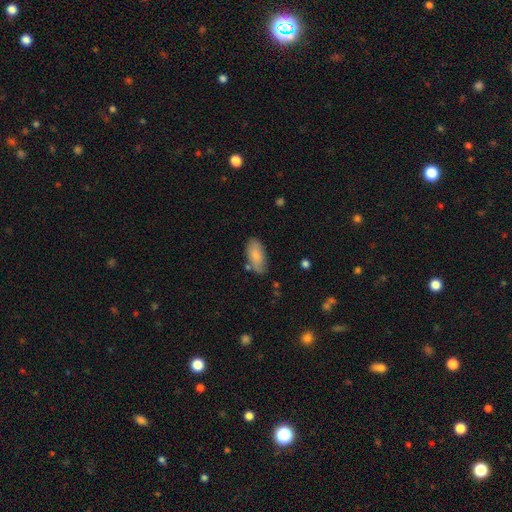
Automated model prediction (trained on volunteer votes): The model was most divided on "merging": none: 70%, minor disturbance: 21%, merger: 5%, major disturbance: 4%. More confident: how rounded — in between (91%); smooth or featured — smooth (79%).